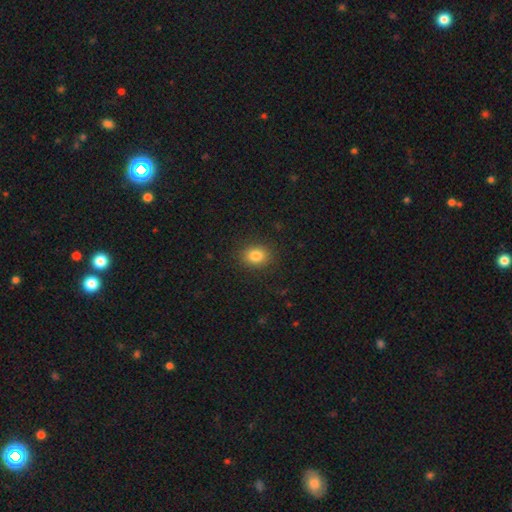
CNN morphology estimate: Smooth or featured?
  - smooth: 83% *
  - star or artifact: 11%
  - featured or disk: 6%
How rounded?
  - round: 54% *
  - in between: 45%
  - cigar-shaped: 1%
Merging?
  - none: 88% *
  - minor disturbance: 8%
  - major disturbance: 3%
  - merger: 1%